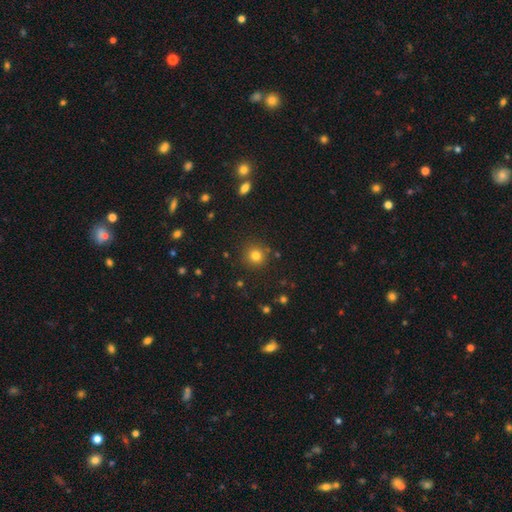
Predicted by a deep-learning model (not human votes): A smooth galaxy with no disk features (79%) that is round (93%). Merging: none (87%).